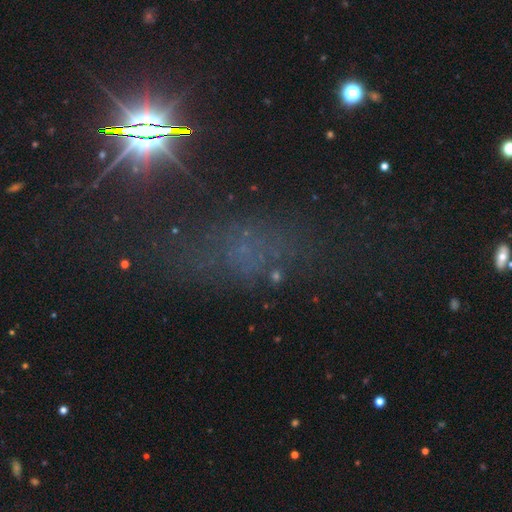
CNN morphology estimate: star or artifact 53%, smooth 29%, featured or disk 18%.